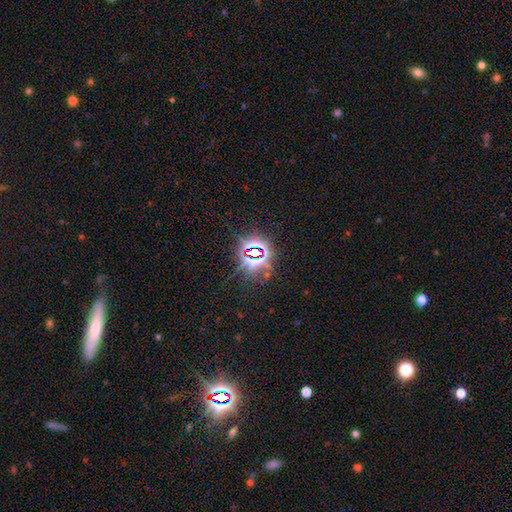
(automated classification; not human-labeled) smooth-or-featured: star or artifact: 80% | smooth: 11% | featured or disk: 8%